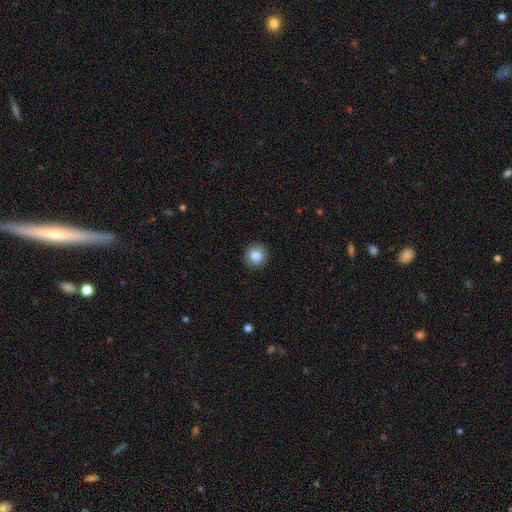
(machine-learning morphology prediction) Smooth or featured?
  - smooth: 84% *
  - star or artifact: 9%
  - featured or disk: 6%
How rounded?
  - round: 93% *
  - in between: 6%
  - cigar-shaped: 1%
Merging?
  - none: 93% *
  - minor disturbance: 5%
  - major disturbance: 2%
  - merger: 1%